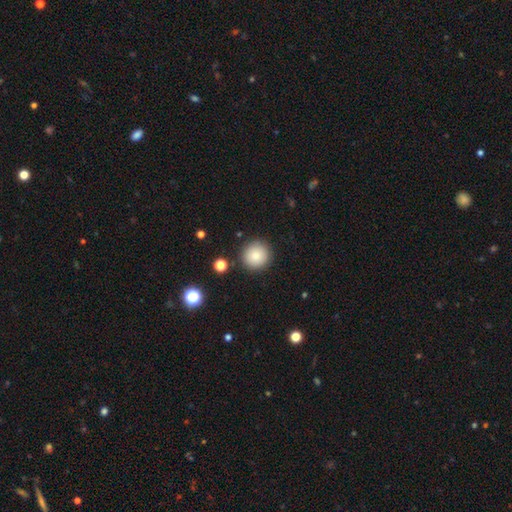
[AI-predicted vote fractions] Smooth or featured: smooth — 85% (star or artifact — 9%)
How rounded: round — 94% (in between — 5%)
Merging: none — 88% (minor disturbance — 7%)